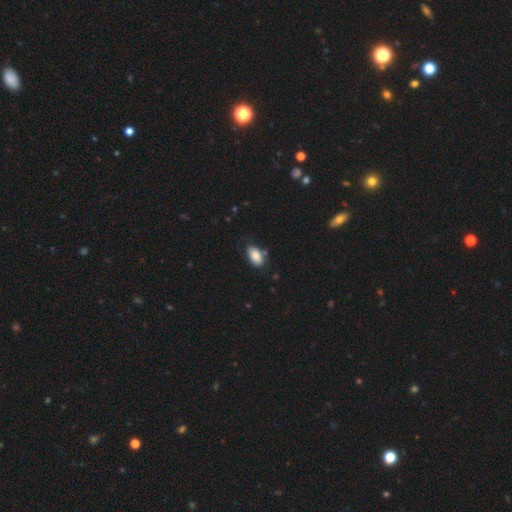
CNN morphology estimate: Smooth or featured: smooth — 85% (featured or disk — 7%)
How rounded: in between — 93% (round — 5%)
Merging: none — 75% (minor disturbance — 18%)